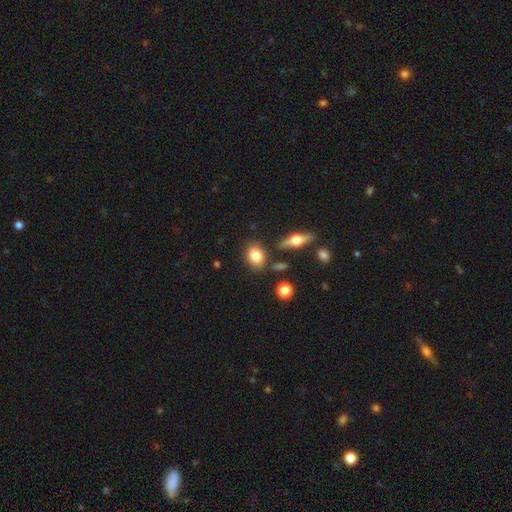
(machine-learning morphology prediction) smooth_or_featured: smooth (p=0.80) [alt: featured or disk p=0.12]
how_rounded: in between (p=0.61) [alt: round p=0.36]
merging: none (p=0.79) [alt: minor disturbance p=0.11]